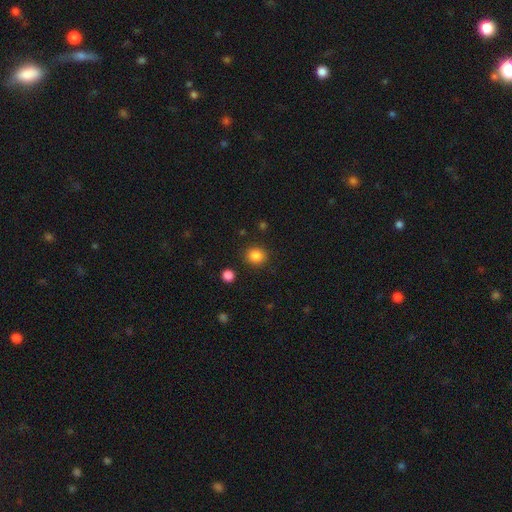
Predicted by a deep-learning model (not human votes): Smooth or featured? smooth (85%)
How rounded? round (79%)
Merging? none (88%)